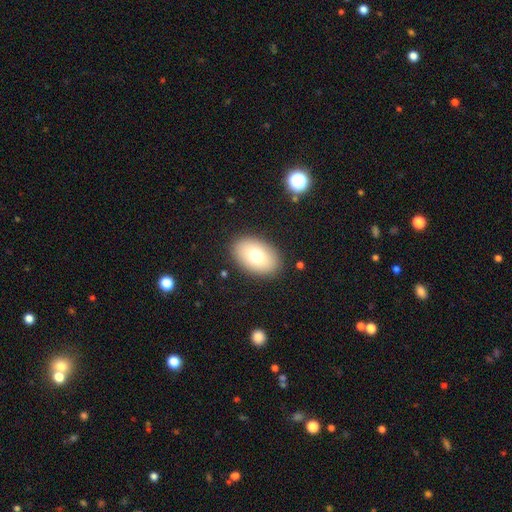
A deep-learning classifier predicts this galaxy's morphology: The model was most divided on "smooth or featured": smooth: 75%, featured or disk: 17%, star or artifact: 8%. More confident: merging — none (88%); how rounded — in between (88%).